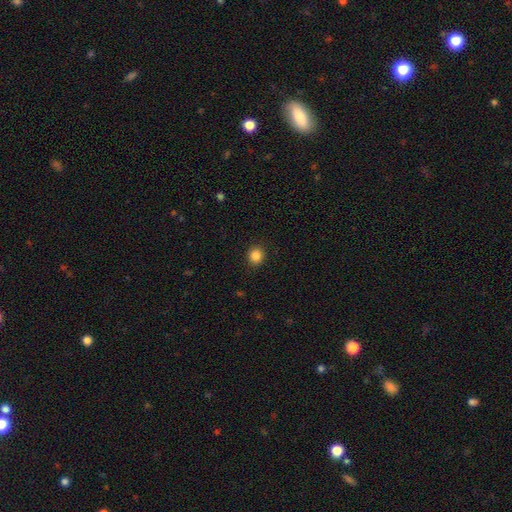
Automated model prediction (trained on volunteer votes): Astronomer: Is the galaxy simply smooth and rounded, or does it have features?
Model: smooth — 86%.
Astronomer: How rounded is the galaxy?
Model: round — 82%.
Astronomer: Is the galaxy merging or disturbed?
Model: none — 90%.